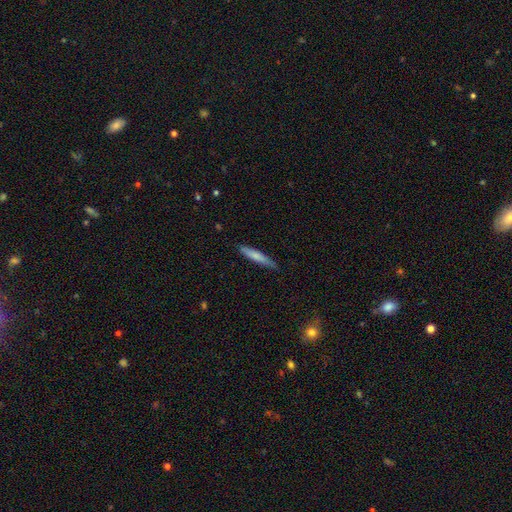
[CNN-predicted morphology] Smooth or featured?
  - smooth: 73% *
  - featured or disk: 22%
  - star or artifact: 5%
How rounded?
  - cigar-shaped: 92% *
  - in between: 7%
  - round: 1%
Merging?
  - none: 78% *
  - minor disturbance: 18%
  - major disturbance: 3%
  - merger: 1%